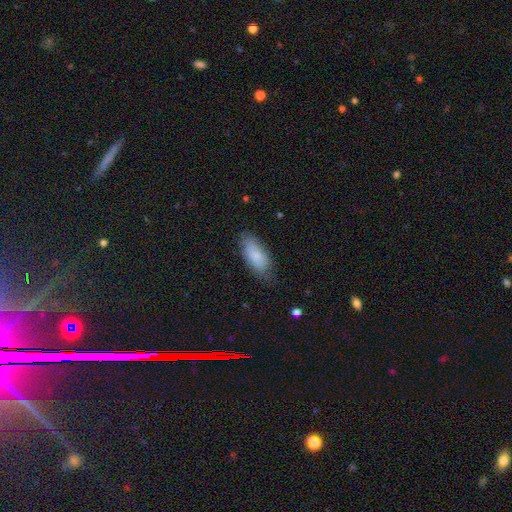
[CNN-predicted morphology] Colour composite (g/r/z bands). It shows a smooth galaxy with no disk features (82%) that is in between round and cigar-shaped (82%). Merging: none (72%).